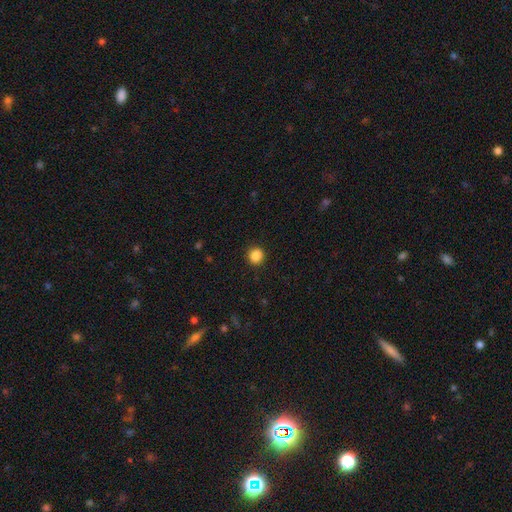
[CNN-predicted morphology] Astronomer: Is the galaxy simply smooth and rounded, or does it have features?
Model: smooth — 86%.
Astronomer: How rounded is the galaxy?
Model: round — 84%.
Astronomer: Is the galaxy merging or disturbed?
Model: none — 88%.